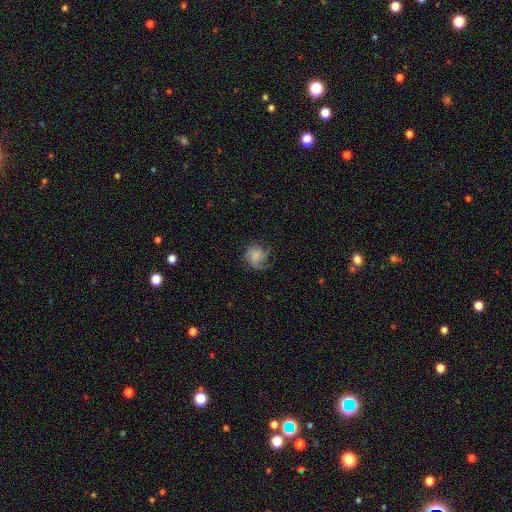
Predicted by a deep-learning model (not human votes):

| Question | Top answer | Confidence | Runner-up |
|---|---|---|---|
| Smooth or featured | featured or disk | 54% | smooth (36%) |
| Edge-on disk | no | 98% | yes (2%) |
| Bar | no | 71% | weak (25%) |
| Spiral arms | yes | 89% | no (11%) |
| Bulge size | small | 36% | moderate (27%) |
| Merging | none | 57% | minor disturbance (22%) |